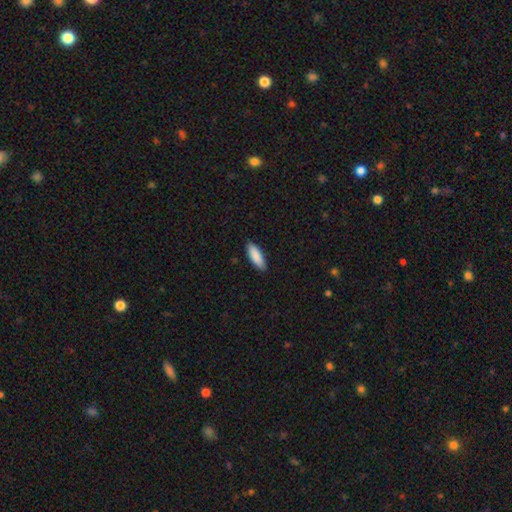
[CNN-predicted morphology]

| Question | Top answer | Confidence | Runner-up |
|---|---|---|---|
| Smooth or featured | smooth | 90% | star or artifact (5%) |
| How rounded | in between | 67% | cigar-shaped (32%) |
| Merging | none | 89% | minor disturbance (8%) |